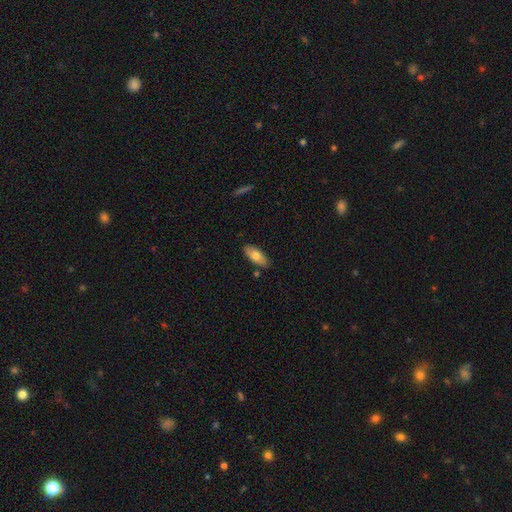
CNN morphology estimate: Smooth or featured?
  - smooth: 71% *
  - featured or disk: 23%
  - star or artifact: 6%
How rounded?
  - in between: 82% *
  - cigar-shaped: 15%
  - round: 2%
Merging?
  - none: 84% *
  - minor disturbance: 11%
  - merger: 3%
  - major disturbance: 2%